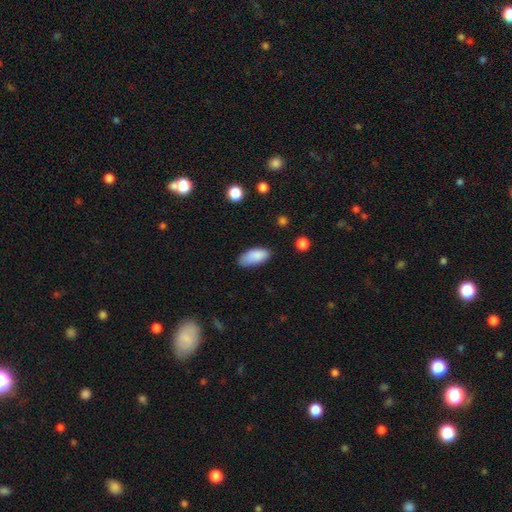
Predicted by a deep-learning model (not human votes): Smooth or featured?
  - smooth: 87% *
  - star or artifact: 7%
  - featured or disk: 6%
How rounded?
  - in between: 89% *
  - cigar-shaped: 9%
  - round: 2%
Merging?
  - none: 70% *
  - minor disturbance: 24%
  - major disturbance: 4%
  - merger: 2%